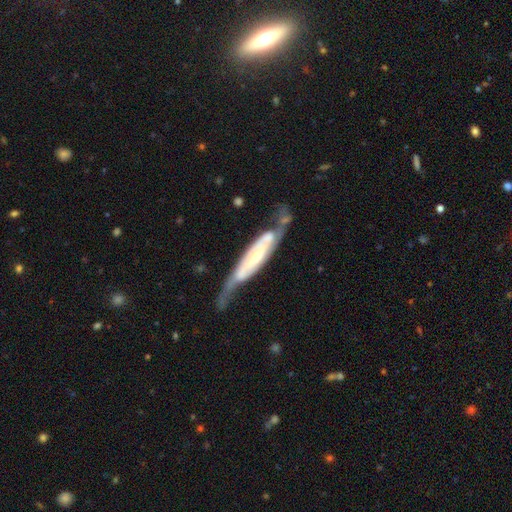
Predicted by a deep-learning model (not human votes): This appears to be a featured or disk galaxy (78%). Merging: none (49%).